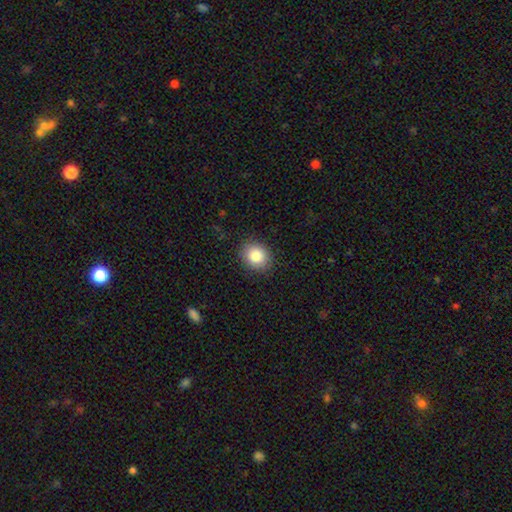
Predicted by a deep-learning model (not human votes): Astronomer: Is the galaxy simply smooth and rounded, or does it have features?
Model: smooth — 85%.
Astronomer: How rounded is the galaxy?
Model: round — 69%.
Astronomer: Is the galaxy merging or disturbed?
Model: none — 88%.